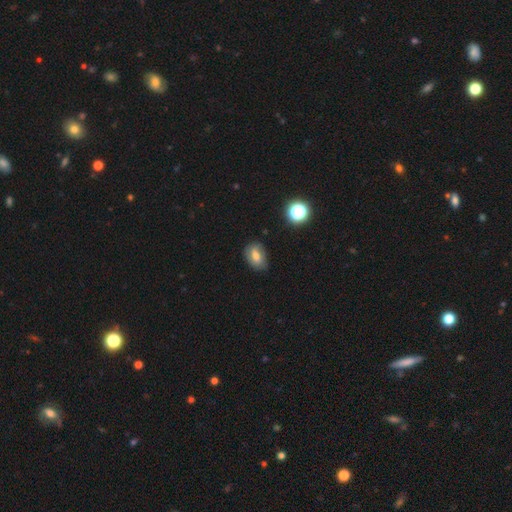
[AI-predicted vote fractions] Q: Smooth or featured?
A: smooth (60%); runner-up: featured or disk (27%)
Q: How rounded?
A: in between (79%); runner-up: round (19%)
Q: Merging?
A: none (73%); runner-up: minor disturbance (21%)